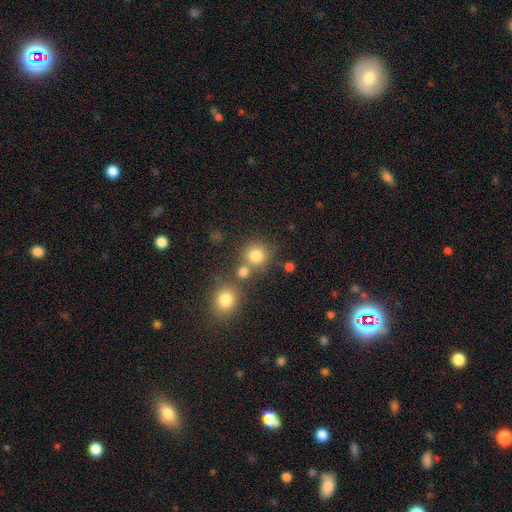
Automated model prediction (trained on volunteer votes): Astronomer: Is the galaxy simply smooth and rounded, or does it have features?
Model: smooth — 79%.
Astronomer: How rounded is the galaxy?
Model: round — 88%.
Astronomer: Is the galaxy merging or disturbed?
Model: none — 63%.